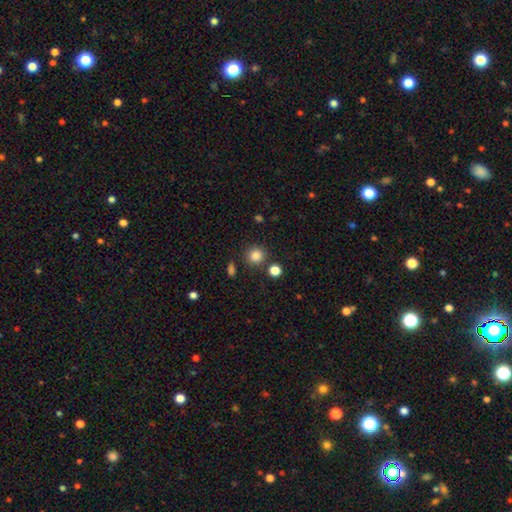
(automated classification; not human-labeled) The model was most divided on "smooth or featured": smooth: 84%, star or artifact: 12%, featured or disk: 4%. More confident: how rounded — round (91%); merging — none (84%).